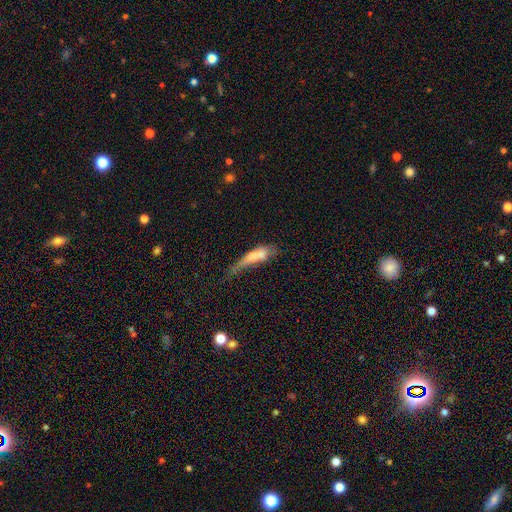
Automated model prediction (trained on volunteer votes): smooth-or-featured: smooth: 63% | featured or disk: 28% | star or artifact: 10%
  how-rounded: cigar-shaped: 58% | in between: 39% | round: 4%
  merging: major disturbance: 29% | merger: 24% | minor disturbance: 24% | none: 22%